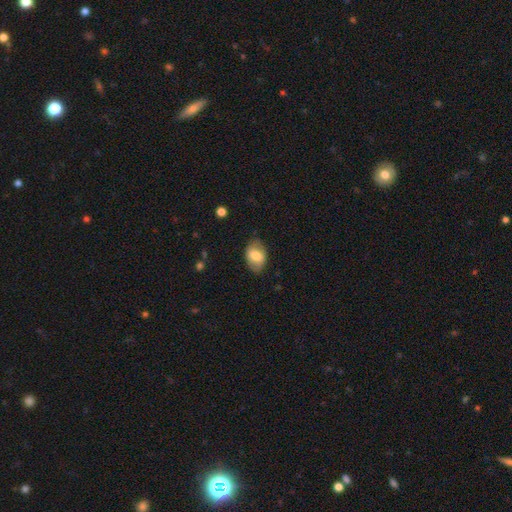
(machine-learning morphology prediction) This is likely a smooth galaxy (68%). How rounded: clearly in between (85%). Merging: likely none (77%).